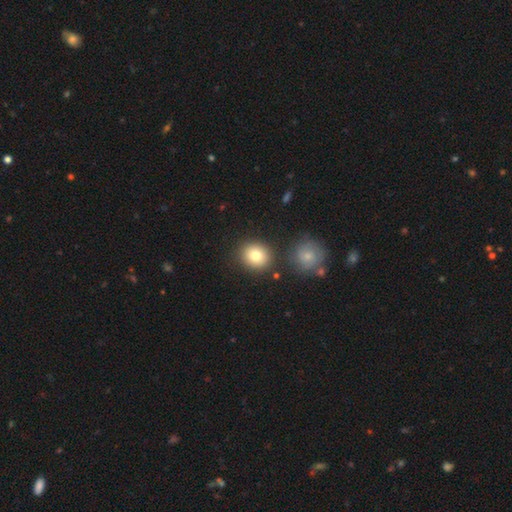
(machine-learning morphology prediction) smooth-or-featured: smooth: 80% | star or artifact: 10% | featured or disk: 10%
  how-rounded: round: 84% | in between: 15% | cigar-shaped: 1%
  merging: none: 83% | minor disturbance: 8% | merger: 6% | major disturbance: 3%